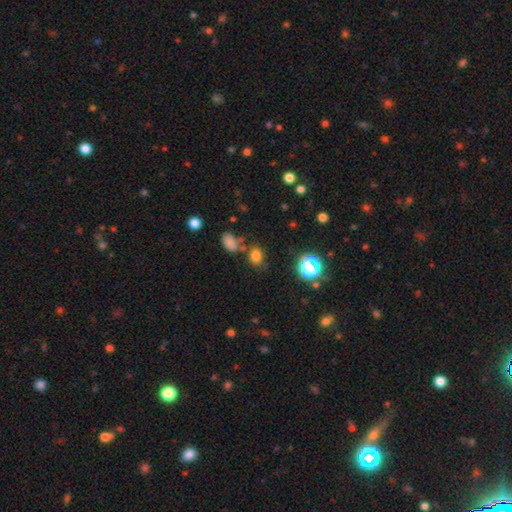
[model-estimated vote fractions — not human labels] The model was most divided on "how rounded": in between: 52%, round: 47%, cigar-shaped: 1%. More confident: smooth or featured — smooth (75%); merging — none (70%).